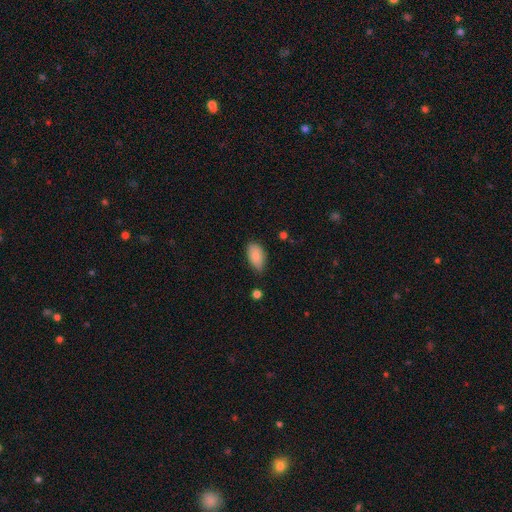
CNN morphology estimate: A smooth galaxy with no disk features (85%) that is in between round and cigar-shaped (94%).

Vote fractions:
- Smooth or featured? smooth: 85% / featured or disk: 8% / star or artifact: 7%
- How rounded? in between: 94% / round: 4% / cigar-shaped: 2%
- Merging? none: 73% / minor disturbance: 22% / major disturbance: 3% / merger: 2%